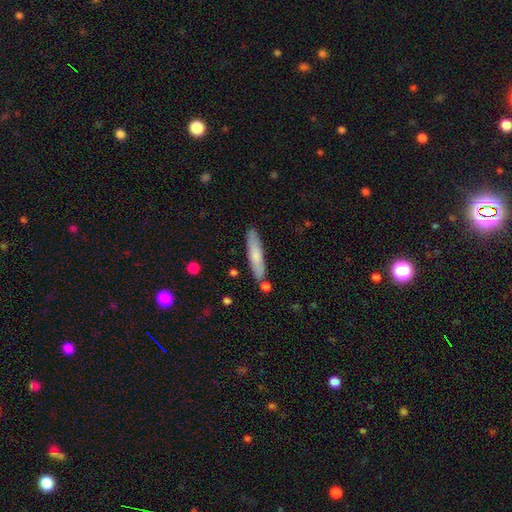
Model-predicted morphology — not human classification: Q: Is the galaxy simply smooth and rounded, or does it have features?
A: smooth — 71%.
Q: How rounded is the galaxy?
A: cigar-shaped — 84%.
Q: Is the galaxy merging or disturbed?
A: none — 82%.